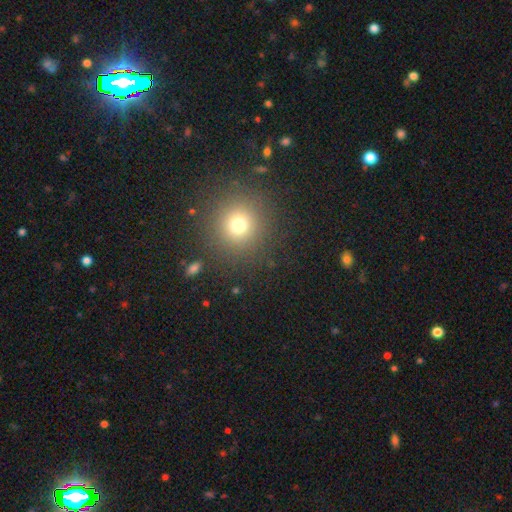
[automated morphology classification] smooth-or-featured: smooth: 57% | star or artifact: 35% | featured or disk: 7%
  how-rounded: round: 94% | in between: 5% | cigar-shaped: 1%
  merging: none: 91% | minor disturbance: 5% | major disturbance: 2% | merger: 2%